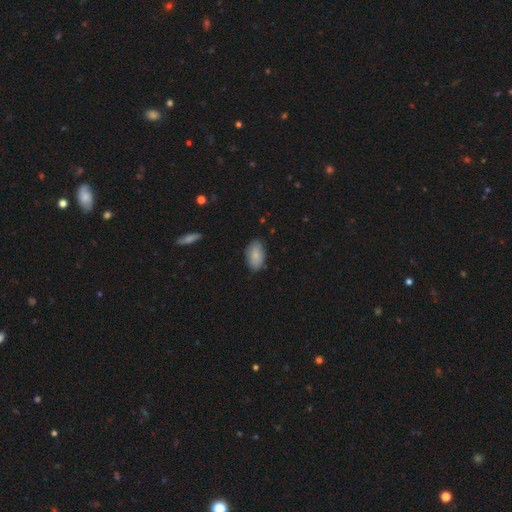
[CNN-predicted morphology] Smooth or featured? Predicted: smooth (p=0.83). How rounded? Predicted: in between (p=0.93). Merging? Predicted: none (p=0.79).